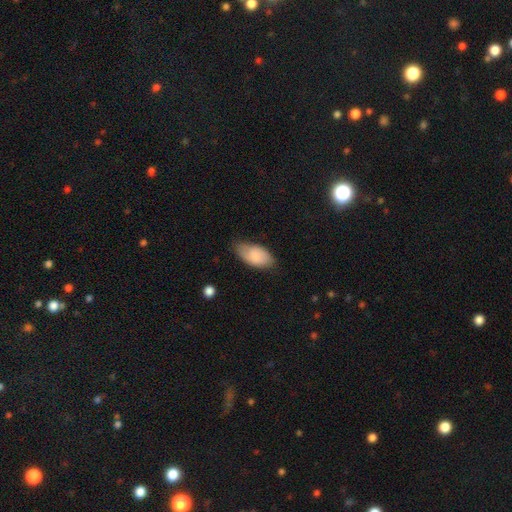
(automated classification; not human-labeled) smooth 83%, featured or disk 11%, star or artifact 6%. Down the decision tree: how rounded — in between (94%); merging — none (66%).